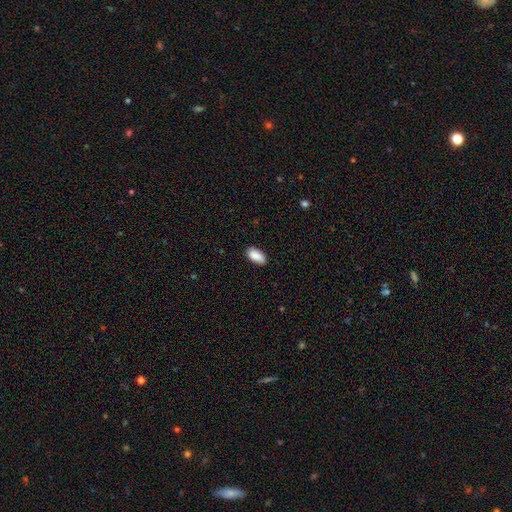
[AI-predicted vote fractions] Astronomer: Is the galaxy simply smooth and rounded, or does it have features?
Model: smooth — 89%.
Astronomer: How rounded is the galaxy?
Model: in between — 93%.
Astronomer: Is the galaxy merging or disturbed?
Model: none — 85%.